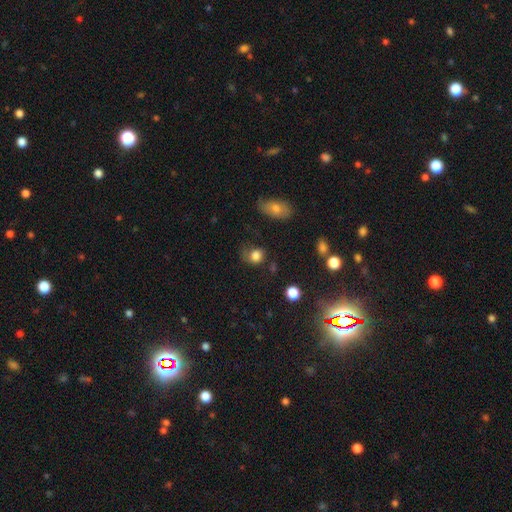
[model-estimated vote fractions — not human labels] smooth 81%, star or artifact 11%, featured or disk 9%. Down the decision tree: how rounded — round (60%); merging — none (46%).